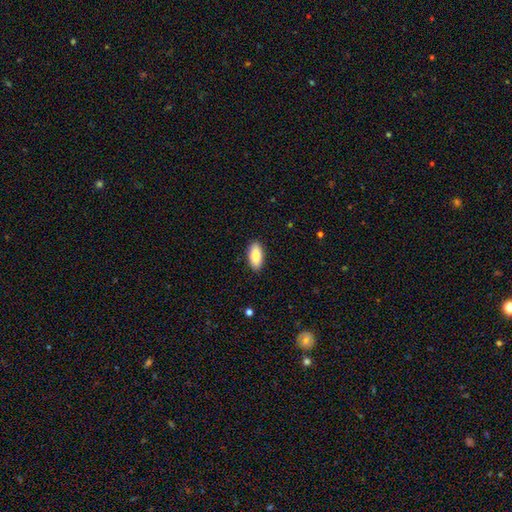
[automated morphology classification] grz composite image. It shows a smooth galaxy with no disk features (86%) that is in between round and cigar-shaped (90%). Merging: none (90%).